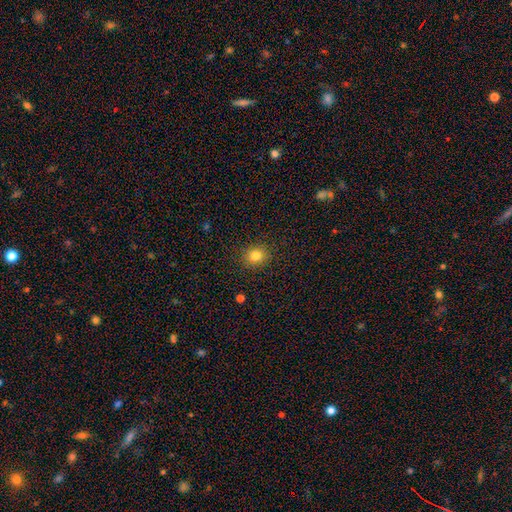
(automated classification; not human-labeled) Smooth or featured?
  - smooth: 81% *
  - star or artifact: 12%
  - featured or disk: 6%
How rounded?
  - round: 75% *
  - in between: 24%
  - cigar-shaped: 1%
Merging?
  - none: 90% *
  - minor disturbance: 7%
  - major disturbance: 2%
  - merger: 1%